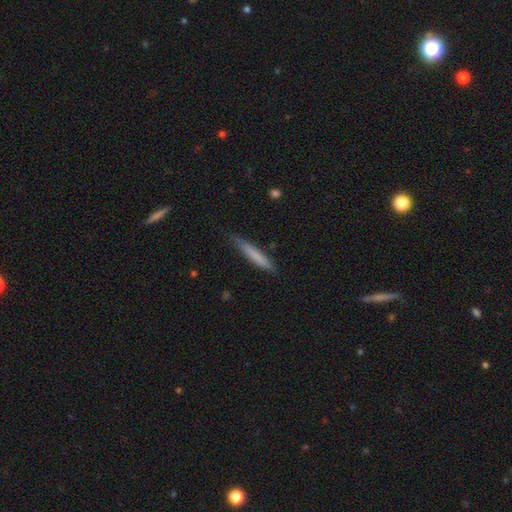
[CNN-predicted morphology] Smooth or featured?
  - smooth: 73% *
  - featured or disk: 21%
  - star or artifact: 6%
How rounded?
  - cigar-shaped: 94% *
  - in between: 5%
  - round: 1%
Merging?
  - none: 78% *
  - minor disturbance: 17%
  - major disturbance: 3%
  - merger: 2%